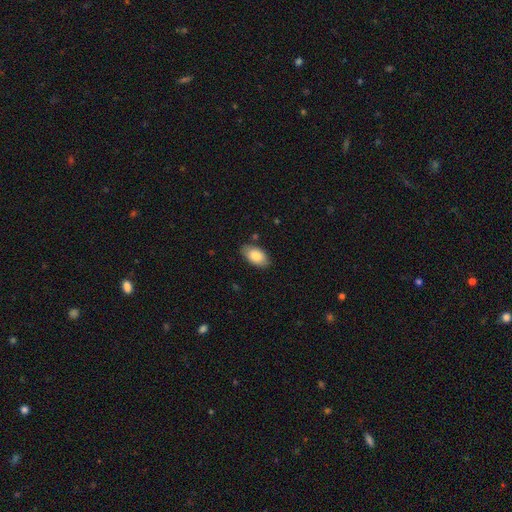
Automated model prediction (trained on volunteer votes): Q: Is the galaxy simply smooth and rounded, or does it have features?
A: smooth — 85%.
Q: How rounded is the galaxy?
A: in between — 95%.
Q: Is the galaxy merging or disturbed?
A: none — 83%.